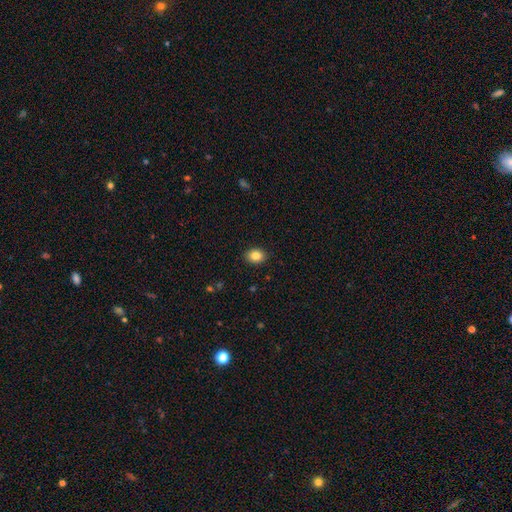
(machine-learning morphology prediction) Smooth or featured?
  - smooth: 85% *
  - star or artifact: 9%
  - featured or disk: 6%
How rounded?
  - in between: 57% *
  - round: 42%
  - cigar-shaped: 1%
Merging?
  - none: 90% *
  - minor disturbance: 7%
  - major disturbance: 2%
  - merger: 1%